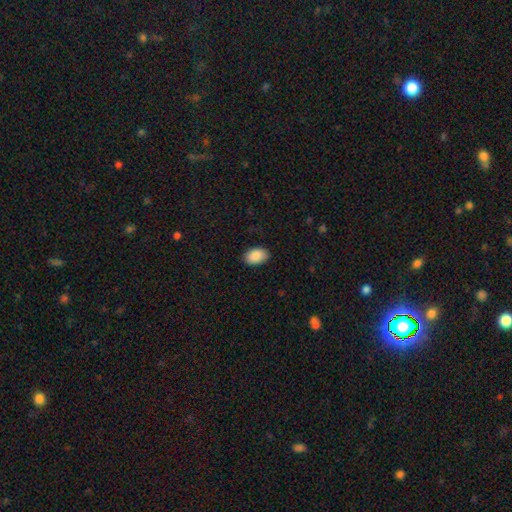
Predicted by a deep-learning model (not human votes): smooth 89%, star or artifact 7%, featured or disk 4%. Down the decision tree: how rounded — in between (90%); merging — none (88%).